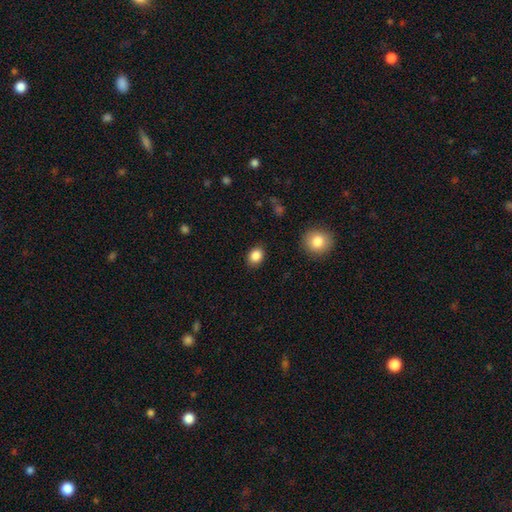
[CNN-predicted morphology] A smooth galaxy with no disk features (86%) that is round (50%).

Vote fractions:
- Smooth or featured? smooth: 86% / star or artifact: 10% / featured or disk: 4%
- How rounded? round: 50% / in between: 49% / cigar-shaped: 1%
- Merging? none: 88% / minor disturbance: 8% / major disturbance: 2% / merger: 1%